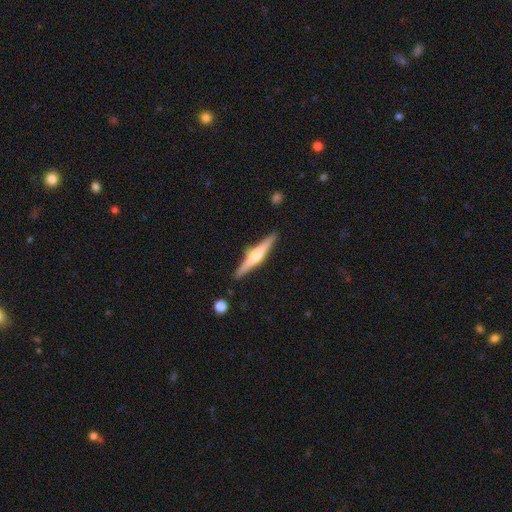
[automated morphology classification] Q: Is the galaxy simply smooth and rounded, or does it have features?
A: featured or disk — 73%.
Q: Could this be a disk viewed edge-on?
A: yes — 98%.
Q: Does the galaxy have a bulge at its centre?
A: rounded — 87%.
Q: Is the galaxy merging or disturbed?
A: none — 90%.